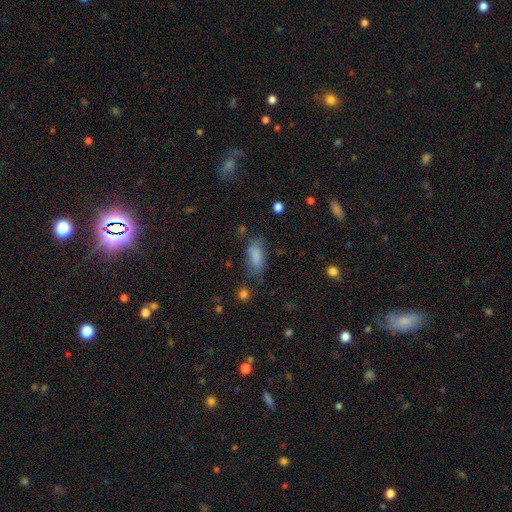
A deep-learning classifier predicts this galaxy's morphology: Smooth or featured?
  - smooth: 81% *
  - featured or disk: 10%
  - star or artifact: 9%
How rounded?
  - in between: 82% *
  - cigar-shaped: 15%
  - round: 3%
Merging?
  - none: 62% *
  - minor disturbance: 24%
  - major disturbance: 10%
  - merger: 4%